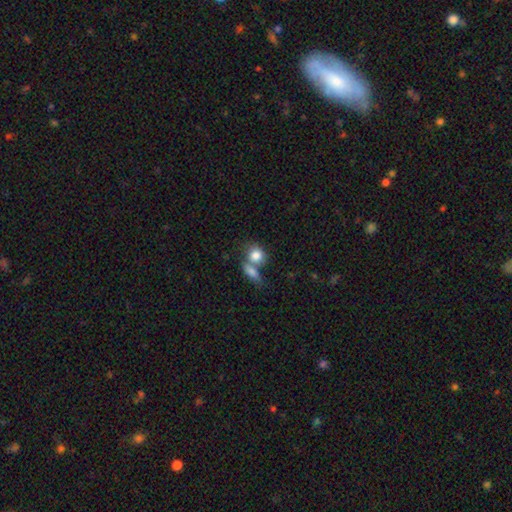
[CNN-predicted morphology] smooth 82%, featured or disk 10%, star or artifact 8%. Down the decision tree: how rounded — round (60%); merging — merger (52%).